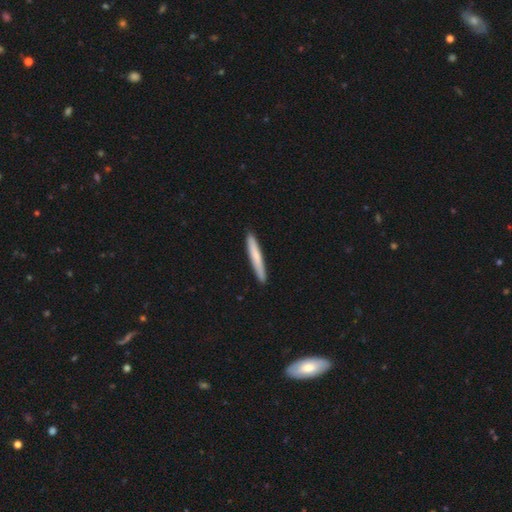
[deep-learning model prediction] Smooth or featured: smooth — 72% (featured or disk — 23%)
How rounded: cigar-shaped — 96% (in between — 3%)
Merging: none — 92% (minor disturbance — 6%)